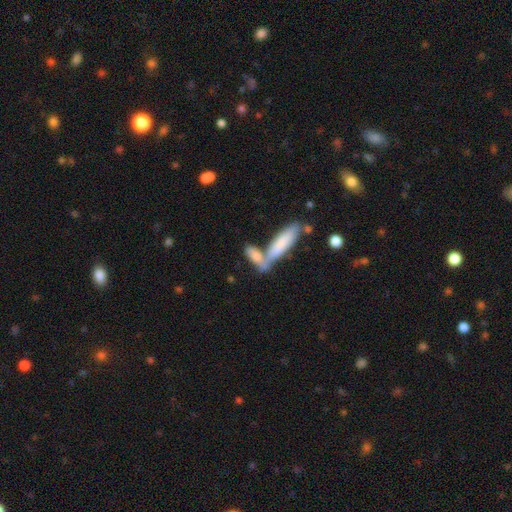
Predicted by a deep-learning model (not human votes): Q: Smooth or featured?
A: smooth (74%); runner-up: featured or disk (19%)
Q: How rounded?
A: cigar-shaped (51%); runner-up: in between (46%)
Q: Merging?
A: merger (49%); runner-up: none (37%)